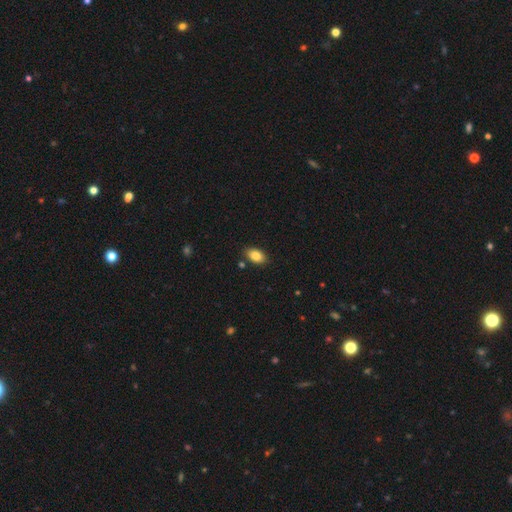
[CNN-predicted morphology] Q: Smooth or featured?
A: smooth (85%); runner-up: star or artifact (8%)
Q: How rounded?
A: in between (90%); runner-up: round (8%)
Q: Merging?
A: none (85%); runner-up: minor disturbance (10%)